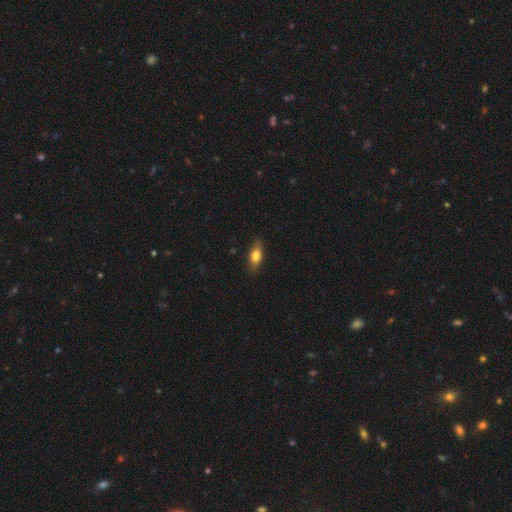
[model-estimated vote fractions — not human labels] Q: Smooth or featured?
A: smooth (75%); runner-up: featured or disk (17%)
Q: How rounded?
A: in between (77%); runner-up: cigar-shaped (17%)
Q: Merging?
A: none (83%); runner-up: minor disturbance (13%)